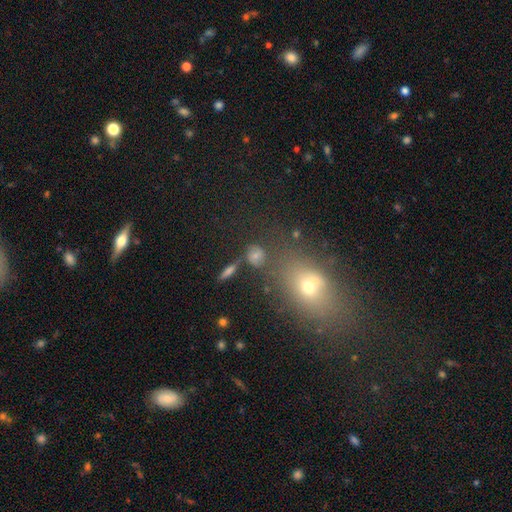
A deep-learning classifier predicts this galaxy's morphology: Q: Smooth or featured?
A: smooth (59%); runner-up: star or artifact (23%)
Q: How rounded?
A: round (54%); runner-up: in between (38%)
Q: Merging?
A: none (63%); runner-up: merger (16%)